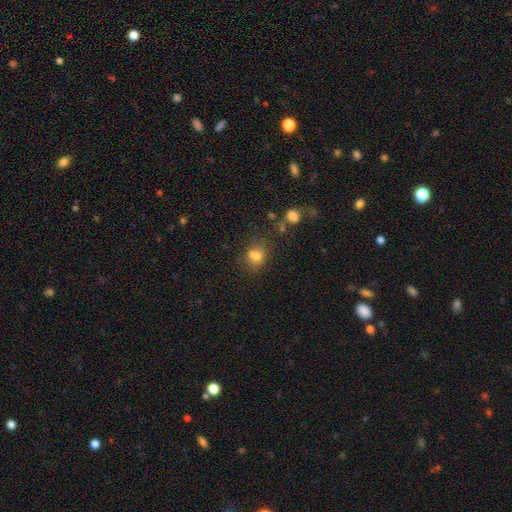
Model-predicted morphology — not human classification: This appears to be a smooth galaxy with no disk features (71%) that is round (50%). Merging: none (45%).